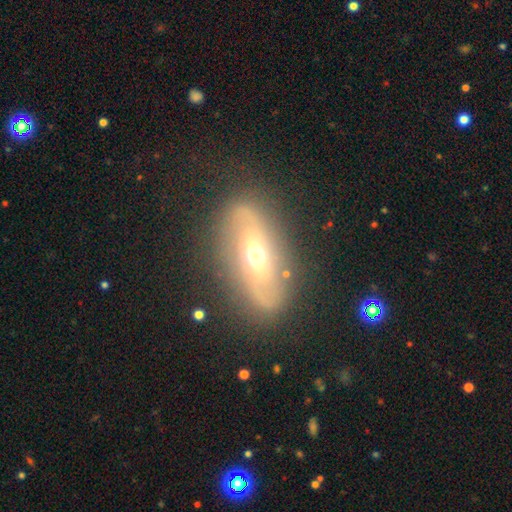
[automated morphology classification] Smooth or featured?
  - featured or disk: 73% *
  - smooth: 20%
  - star or artifact: 8%
Edge-on disk?
  - no: 87% *
  - yes: 13%
Bar?
  - no: 41% *
  - weak: 36%
  - strong: 23%
Spiral arms?
  - yes: 81% *
  - no: 19%
Spiral winding?
  - loose: 42% *
  - medium: 36%
  - tight: 22%
Spiral arm count?
  - 2: 85% *
  - can't tell: 9%
  - 1: 2%
  - 3: 1%
  - 4: 1%
  - more than 4: 1%
Bulge size?
  - moderate: 67% *
  - small: 23%
  - large: 8%
  - dominant: 1%
  - none: 1%
Merging?
  - none: 80% *
  - minor disturbance: 13%
  - major disturbance: 5%
  - merger: 2%